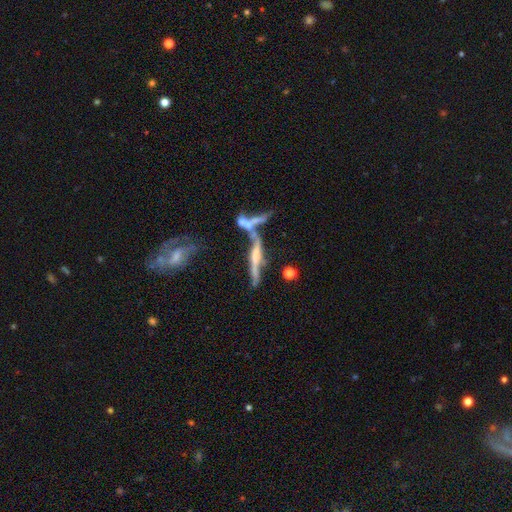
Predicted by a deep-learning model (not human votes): Q: Smooth or featured?
A: featured or disk (75%); runner-up: smooth (16%)
Q: Edge-on disk?
A: yes (78%); runner-up: no (22%)
Q: Edge-on bulge?
A: rounded (66%); runner-up: none (19%)
Q: Merging?
A: none (37%); runner-up: merger (36%)